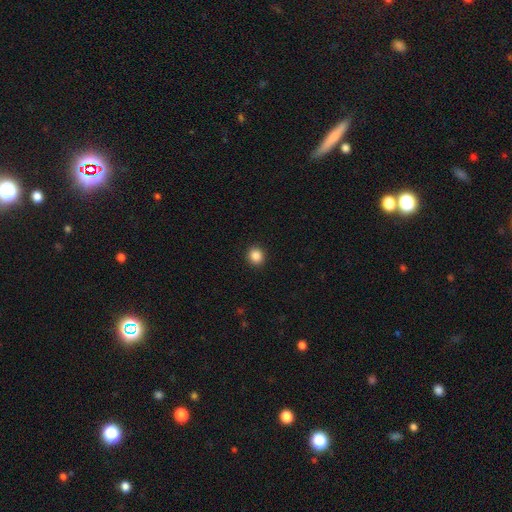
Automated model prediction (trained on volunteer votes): Smooth or featured?
  - smooth: 86% *
  - star or artifact: 10%
  - featured or disk: 3%
How rounded?
  - round: 87% *
  - in between: 12%
  - cigar-shaped: 1%
Merging?
  - none: 92% *
  - minor disturbance: 5%
  - major disturbance: 2%
  - merger: 1%